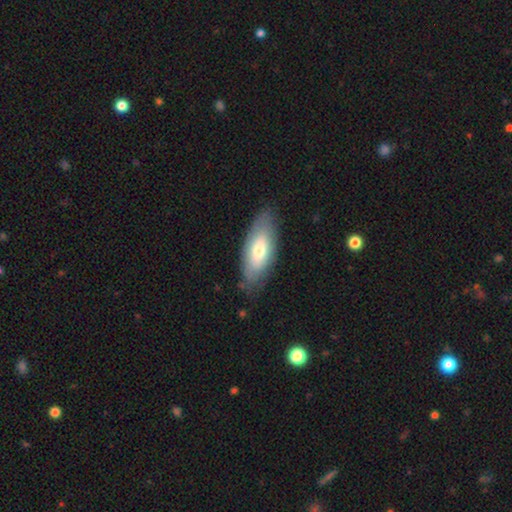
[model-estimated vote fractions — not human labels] Smooth or featured? smooth (62%)
How rounded? in between (82%)
Merging? none (75%)